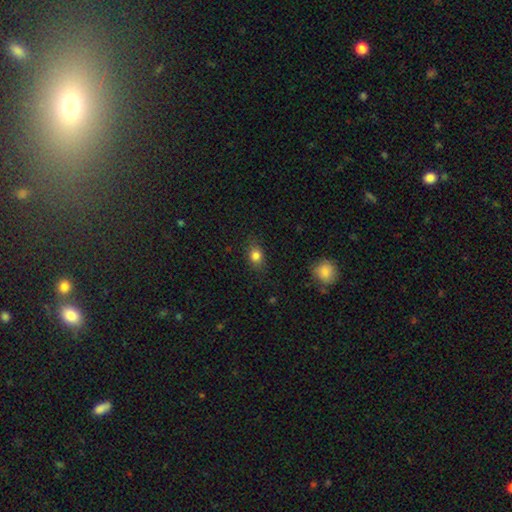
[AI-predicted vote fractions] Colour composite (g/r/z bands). It shows a smooth galaxy with no disk features (82%) that is in between round and cigar-shaped (59%). Merging: none (82%).